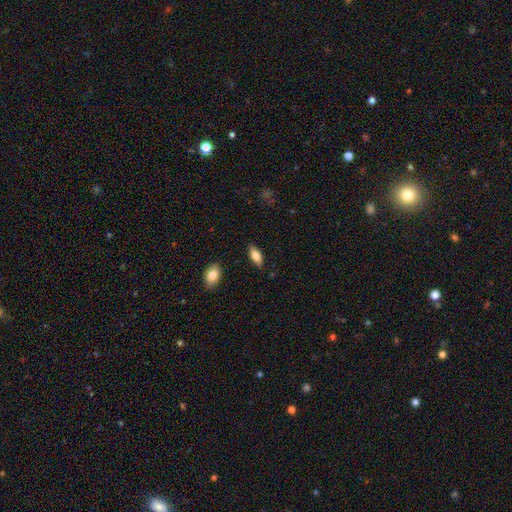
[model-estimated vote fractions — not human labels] Smooth or featured: smooth — 78% (featured or disk — 15%)
How rounded: in between — 84% (cigar-shaped — 13%)
Merging: none — 85% (minor disturbance — 11%)